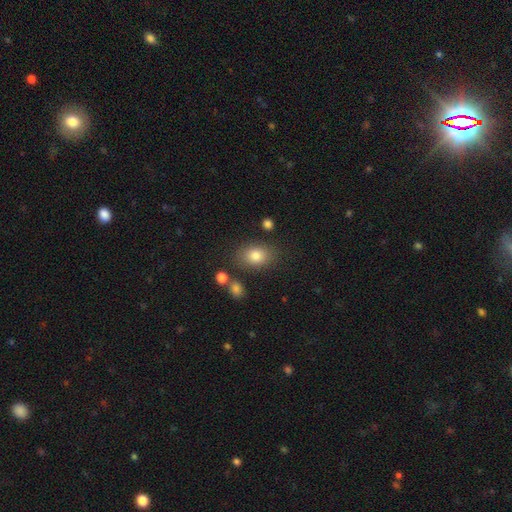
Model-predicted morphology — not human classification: smooth 81%, featured or disk 10%, star or artifact 9%. Down the decision tree: how rounded — in between (76%); merging — none (78%).